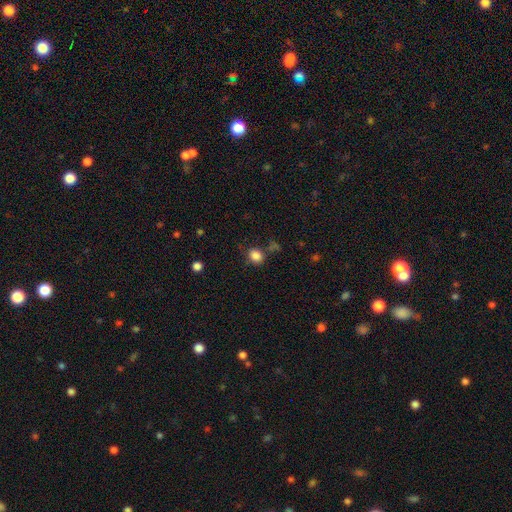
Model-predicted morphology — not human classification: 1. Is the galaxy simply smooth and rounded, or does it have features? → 85% smooth, 11% star or artifact, 4% featured or disk.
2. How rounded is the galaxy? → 65% round, 34% in between, 1% cigar-shaped.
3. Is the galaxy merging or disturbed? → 74% none, 15% minor disturbance, 6% merger, 5% major disturbance.